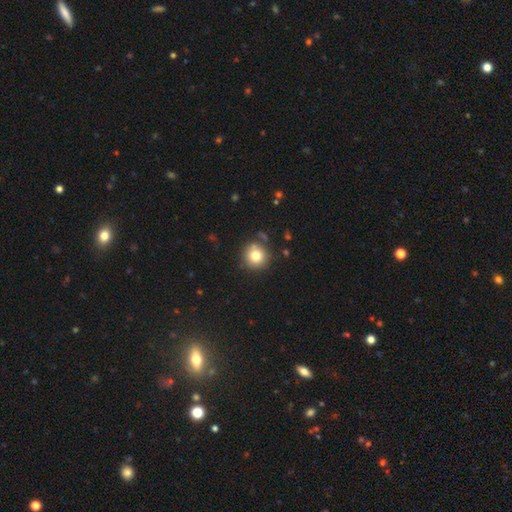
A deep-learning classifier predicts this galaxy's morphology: Smooth or featured: smooth — 79% (star or artifact — 12%)
How rounded: round — 93% (in between — 6%)
Merging: none — 83% (minor disturbance — 10%)